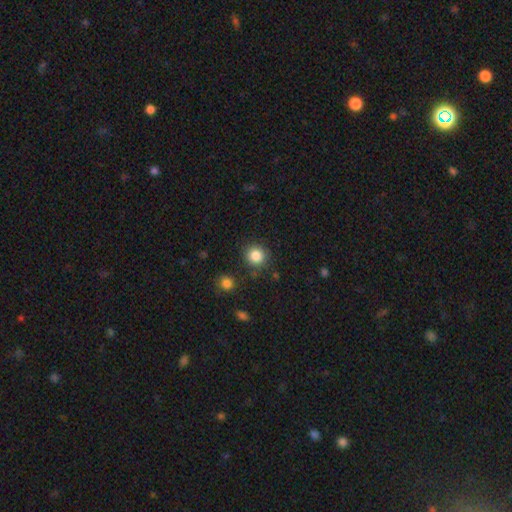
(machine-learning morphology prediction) The model was most divided on "smooth or featured": smooth: 85%, star or artifact: 11%, featured or disk: 5%. More confident: how rounded — round (92%); merging — none (85%).